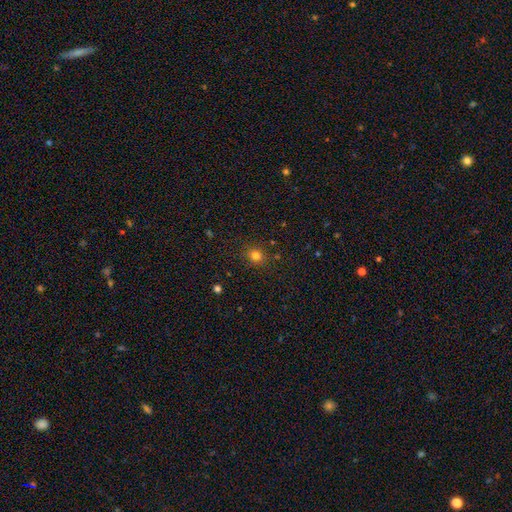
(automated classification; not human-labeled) This appears to be a smooth galaxy with no disk features (79%) that is round (84%). Merging: none (87%).